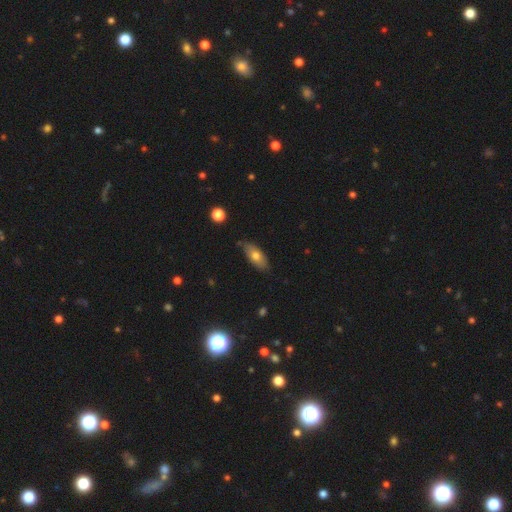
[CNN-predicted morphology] smooth 69%, featured or disk 24%, star or artifact 7%. Down the decision tree: how rounded — in between (83%); merging — none (75%).